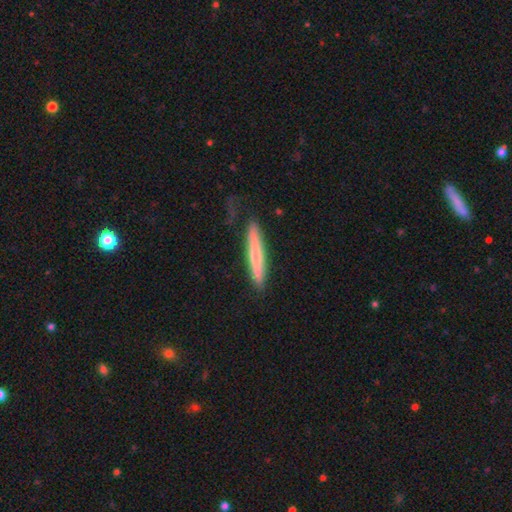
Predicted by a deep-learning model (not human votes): This appears to be a smooth galaxy with no disk features (58%) that is cigar-shaped (95%). Merging: none (82%).